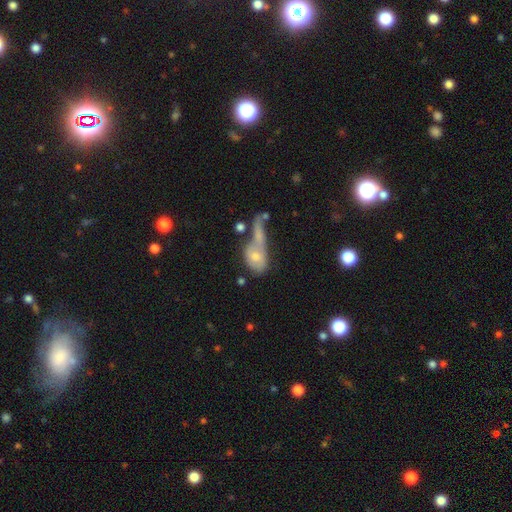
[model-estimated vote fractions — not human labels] Smooth or featured? smooth (63%)
How rounded? in between (75%)
Merging? merger (46%)